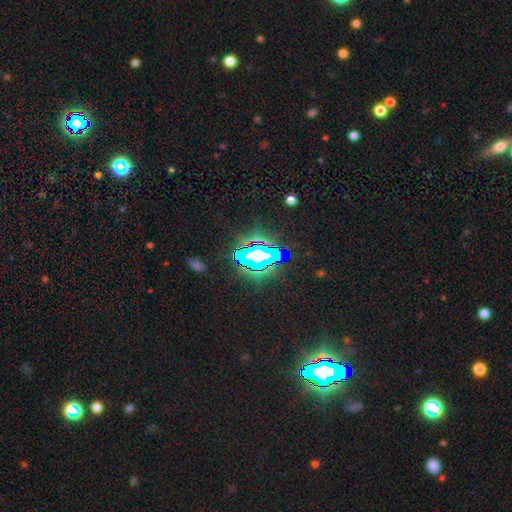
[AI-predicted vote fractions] smooth-or-featured: star or artifact: 71% | featured or disk: 15% | smooth: 14%